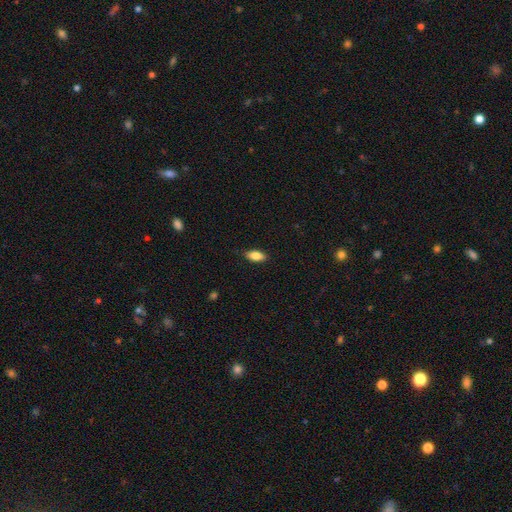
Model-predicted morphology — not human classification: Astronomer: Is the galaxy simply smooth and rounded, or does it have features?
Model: smooth — 84%.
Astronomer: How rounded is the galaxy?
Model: in between — 88%.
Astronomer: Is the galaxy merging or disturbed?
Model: none — 87%.